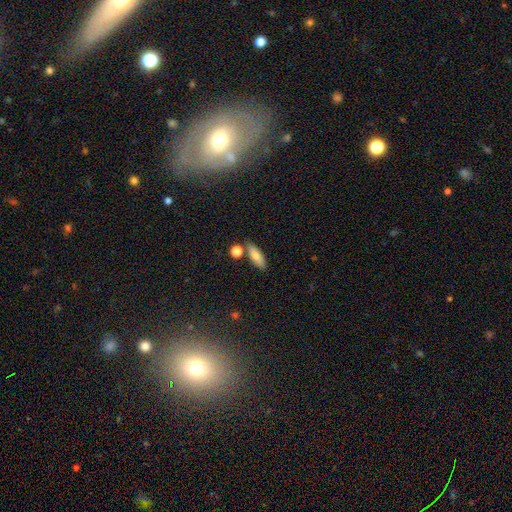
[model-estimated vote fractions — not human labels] Q: Smooth or featured?
A: smooth (75%); runner-up: featured or disk (17%)
Q: How rounded?
A: in between (66%); runner-up: cigar-shaped (31%)
Q: Merging?
A: none (76%); runner-up: minor disturbance (12%)